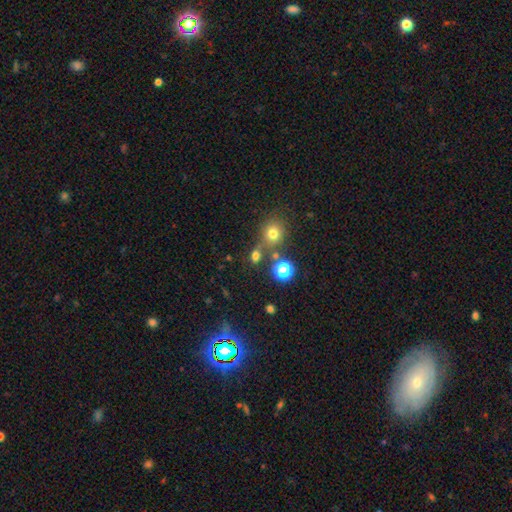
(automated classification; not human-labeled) Q: Smooth or featured?
A: smooth (68%); runner-up: star or artifact (23%)
Q: How rounded?
A: round (64%); runner-up: in between (34%)
Q: Merging?
A: none (63%); runner-up: merger (21%)